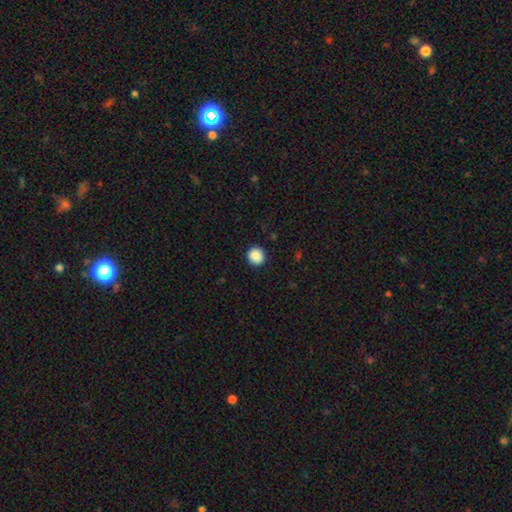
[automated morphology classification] This appears to be a smooth galaxy with no disk features (89%) that is round (92%). Merging: none (91%).